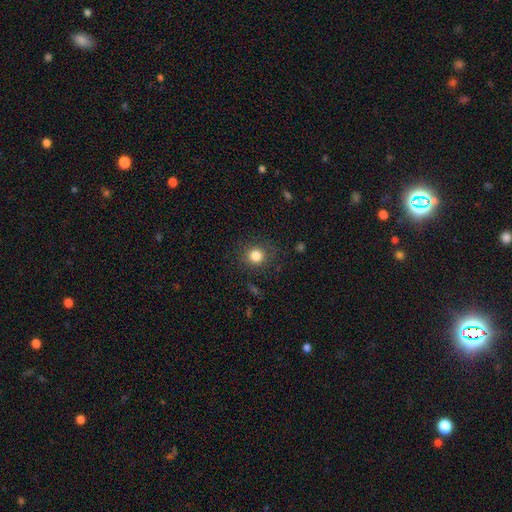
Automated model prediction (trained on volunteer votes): Overall: smooth (82%). How rounded: round (86%). Merging: none (84%).